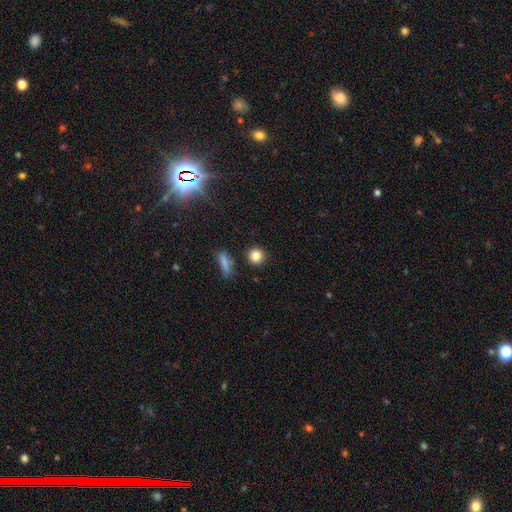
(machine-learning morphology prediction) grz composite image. It shows a smooth galaxy with no disk features (84%) that is round (90%). Merging: none (87%).